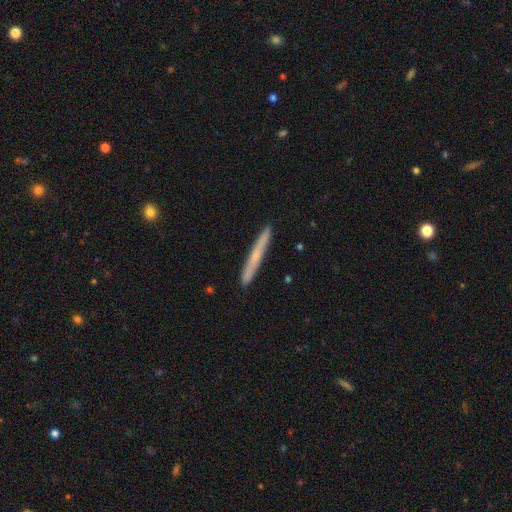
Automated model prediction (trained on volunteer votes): smooth-or-featured: smooth: 49% | featured or disk: 45% | star or artifact: 6%
  merging: none: 91% | minor disturbance: 7% | major disturbance: 1% | merger: 1%